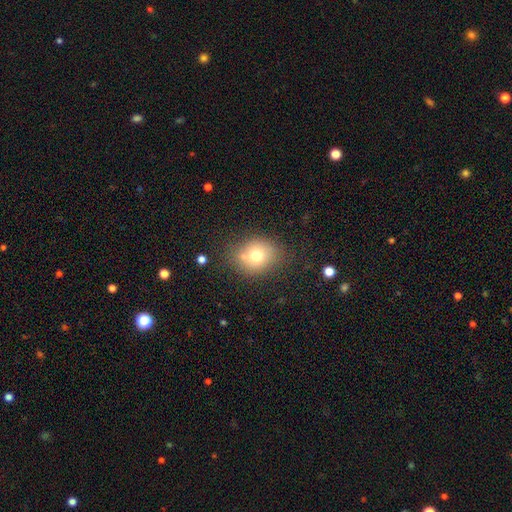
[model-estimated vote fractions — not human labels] Smooth or featured? Predicted: smooth (p=0.71). How rounded? Predicted: round (p=0.59). Merging? Predicted: none (p=0.70).